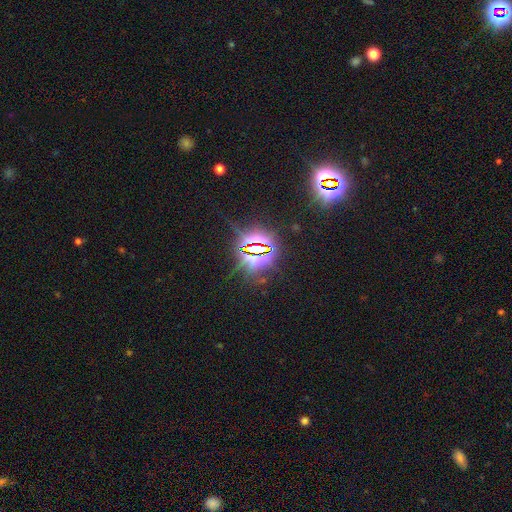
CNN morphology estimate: star or artifact 82%, smooth 10%, featured or disk 8%.